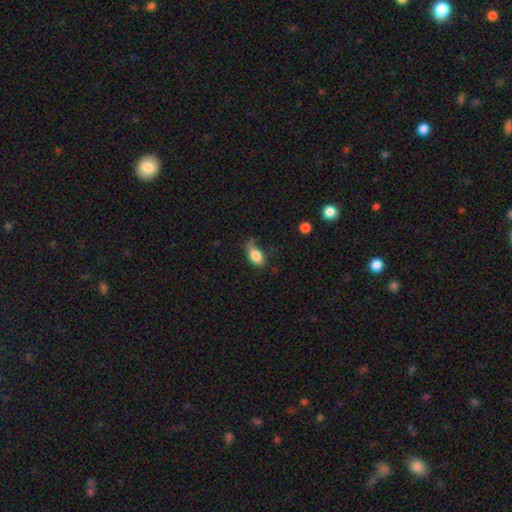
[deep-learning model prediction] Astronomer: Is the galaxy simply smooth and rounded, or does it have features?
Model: smooth — 79%.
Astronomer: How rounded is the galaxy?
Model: in between — 88%.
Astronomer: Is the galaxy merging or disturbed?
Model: none — 39% (runner-up: minor disturbance, 36%).